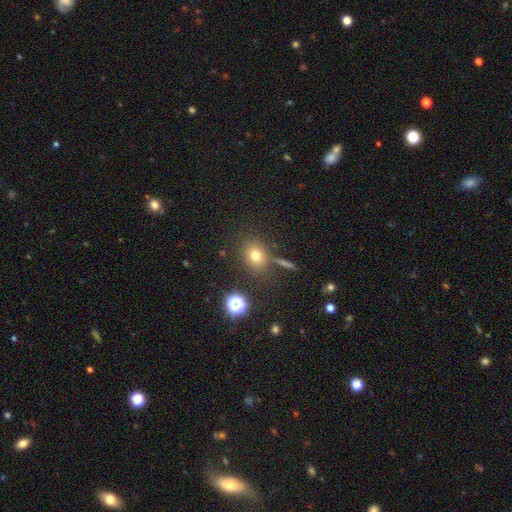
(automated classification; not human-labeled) This appears to be a smooth galaxy with no disk features (71%) that is round (66%). Merging: none (77%).